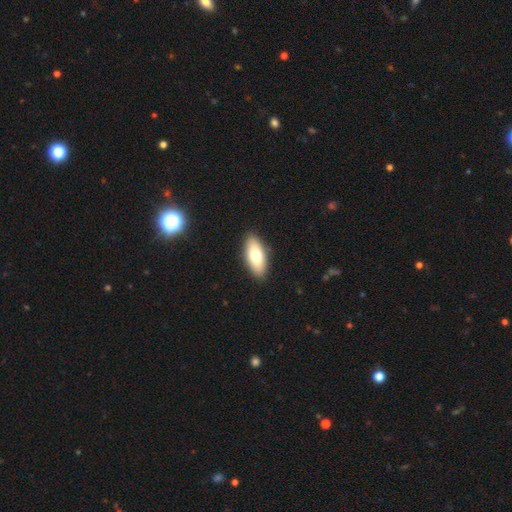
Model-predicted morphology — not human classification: type=smooth (75%); roundness=in between (83%); merging=none (89%).